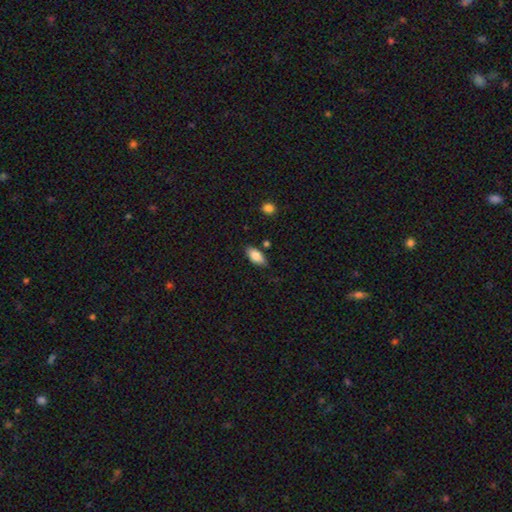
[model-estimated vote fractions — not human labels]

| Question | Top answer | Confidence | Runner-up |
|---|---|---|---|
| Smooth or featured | smooth | 84% | featured or disk (9%) |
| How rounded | in between | 90% | cigar-shaped (8%) |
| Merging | none | 81% | minor disturbance (13%) |